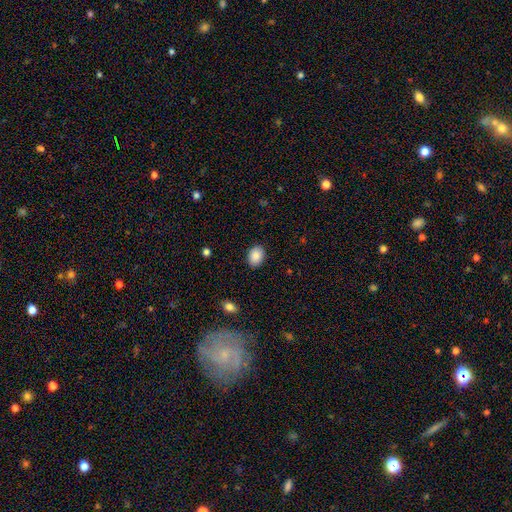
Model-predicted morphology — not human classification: Overall: smooth (88%). How rounded: in between (75%). Merging: none (89%).